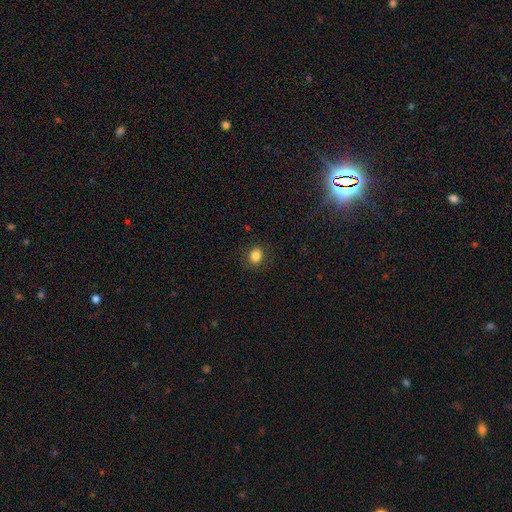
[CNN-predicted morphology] smooth-or-featured: smooth: 83% | star or artifact: 11% | featured or disk: 6%
  how-rounded: round: 64% | in between: 35% | cigar-shaped: 1%
  merging: none: 88% | minor disturbance: 9% | major disturbance: 3% | merger: 1%